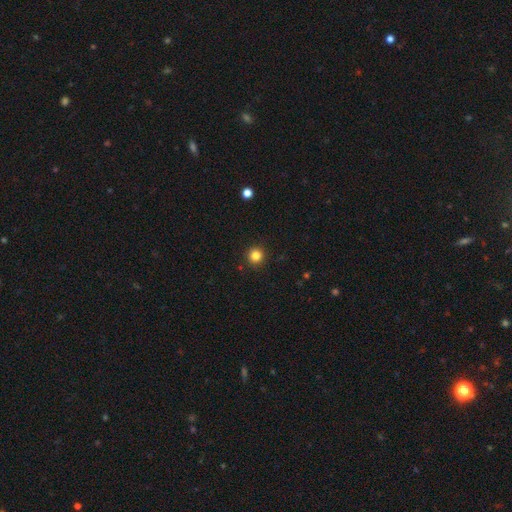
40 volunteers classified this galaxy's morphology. smooth-or-featured: smooth: 85% | featured or disk: 8% | star or artifact: 8%
  how-rounded: round: 97% | in between: 3% | cigar-shaped: 0%
  merging: none: 89% | minor disturbance: 8% | major disturbance: 3% | merger: 0%